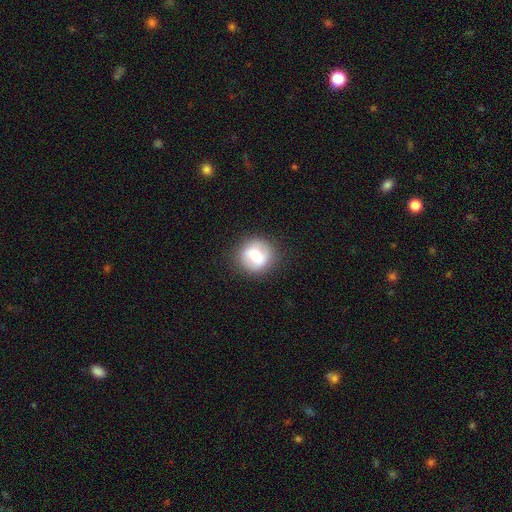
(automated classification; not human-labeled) Smooth or featured: smooth — 56% (featured or disk — 36%)
How rounded: round — 88% (in between — 11%)
Merging: none — 85% (minor disturbance — 10%)